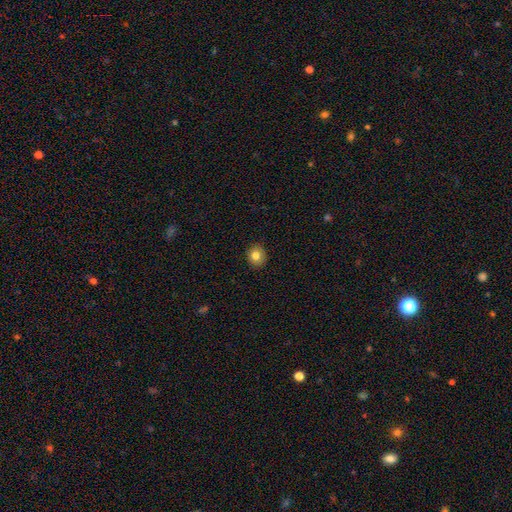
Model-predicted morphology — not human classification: Q: Smooth or featured?
A: smooth (81%); runner-up: star or artifact (10%)
Q: How rounded?
A: round (78%); runner-up: in between (21%)
Q: Merging?
A: none (91%); runner-up: minor disturbance (7%)